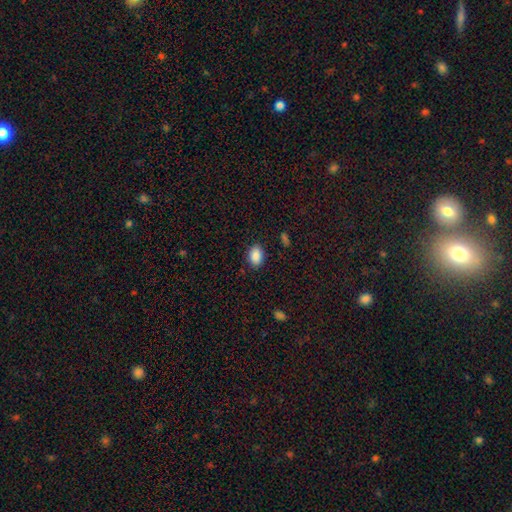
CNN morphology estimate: This appears to be a smooth galaxy with no disk features (88%) that is in between round and cigar-shaped (82%). Merging: none (86%).